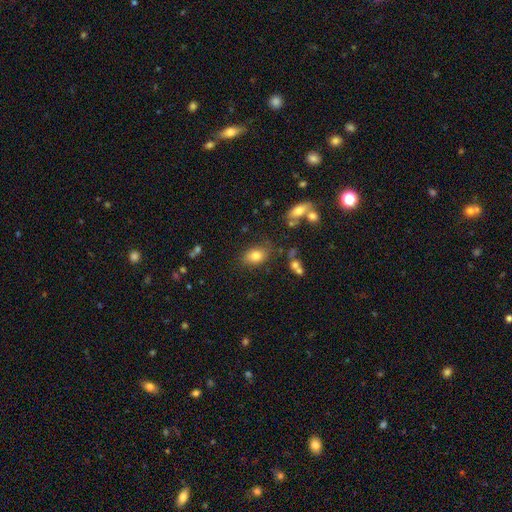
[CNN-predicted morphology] A smooth galaxy with no disk features (81%) that is in between round and cigar-shaped (81%). Merging: none (76%).